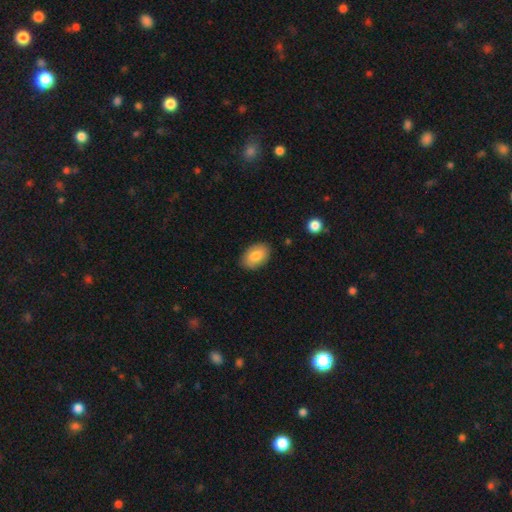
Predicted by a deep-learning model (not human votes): smooth 81%, featured or disk 12%, star or artifact 7%. Down the decision tree: how rounded — in between (89%); merging — none (86%).